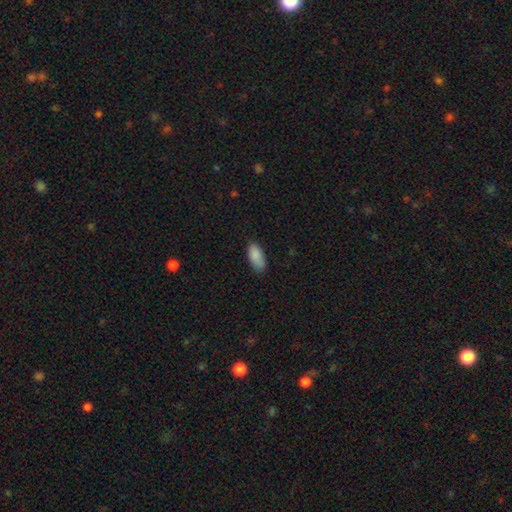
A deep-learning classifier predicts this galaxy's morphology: Smooth or featured? Predicted: smooth (p=0.89). How rounded? Predicted: in between (p=0.89). Merging? Predicted: none (p=0.78).